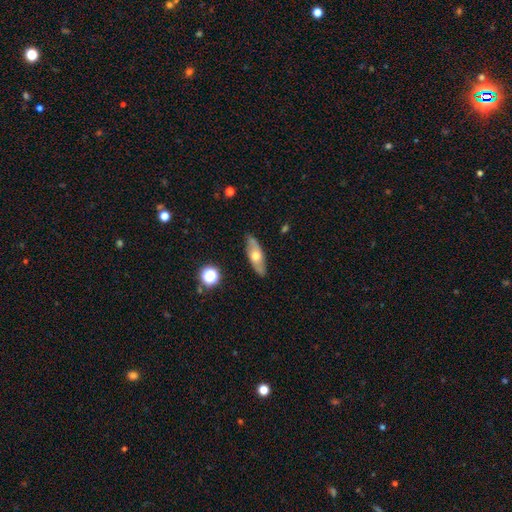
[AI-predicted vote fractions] The model was most divided on "smooth or featured": smooth: 47%, featured or disk: 46%, star or artifact: 7%. More confident: merging — none (84%).